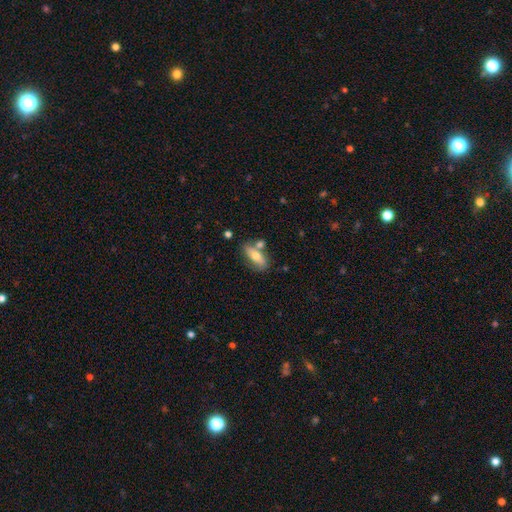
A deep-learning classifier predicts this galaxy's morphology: smooth_or_featured: smooth (p=0.61) [alt: featured or disk p=0.32]
how_rounded: in between (p=0.72) [alt: cigar-shaped p=0.24]
merging: none (p=0.61) [alt: merger p=0.18]